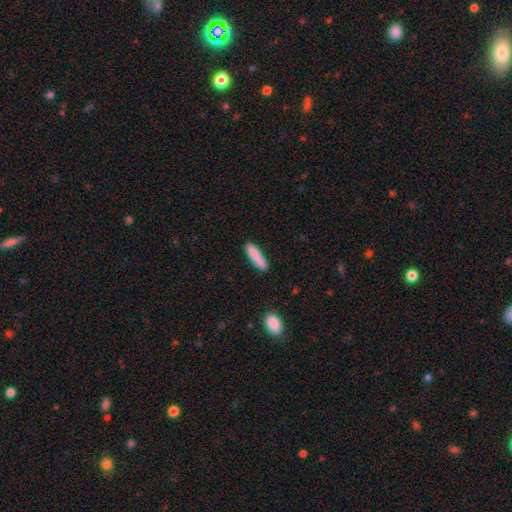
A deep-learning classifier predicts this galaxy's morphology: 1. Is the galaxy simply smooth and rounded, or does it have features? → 85% smooth, 8% featured or disk, 7% star or artifact.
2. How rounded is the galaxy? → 80% cigar-shaped, 19% in between, 1% round.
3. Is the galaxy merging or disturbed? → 82% none, 13% minor disturbance, 3% major disturbance, 2% merger.